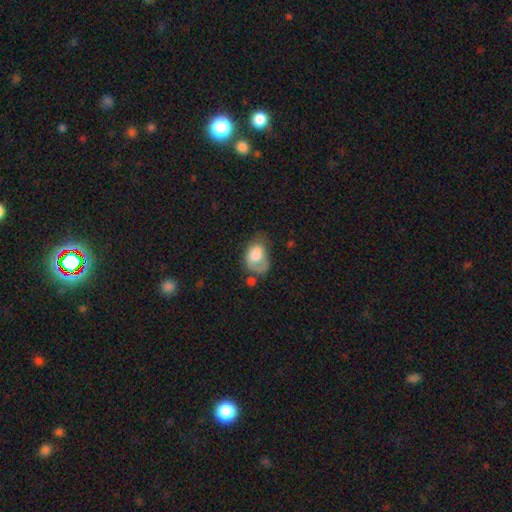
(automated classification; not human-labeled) This appears to be a smooth galaxy with no disk features (66%) that is in between round and cigar-shaped (81%). Merging: none (31%).